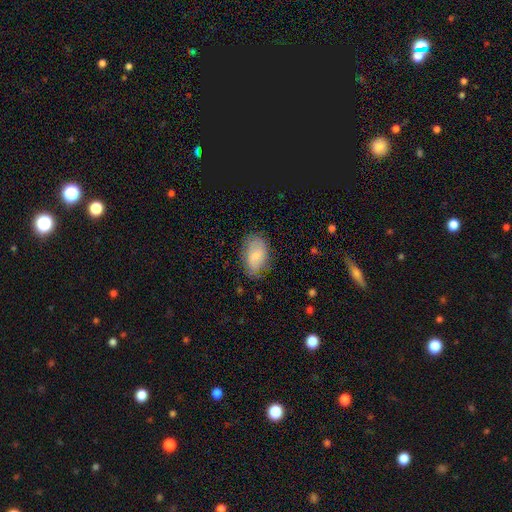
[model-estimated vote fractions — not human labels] Smooth or featured?
  - smooth: 73% *
  - featured or disk: 20%
  - star or artifact: 7%
How rounded?
  - in between: 92% *
  - round: 7%
  - cigar-shaped: 1%
Merging?
  - none: 72% *
  - minor disturbance: 21%
  - major disturbance: 6%
  - merger: 1%